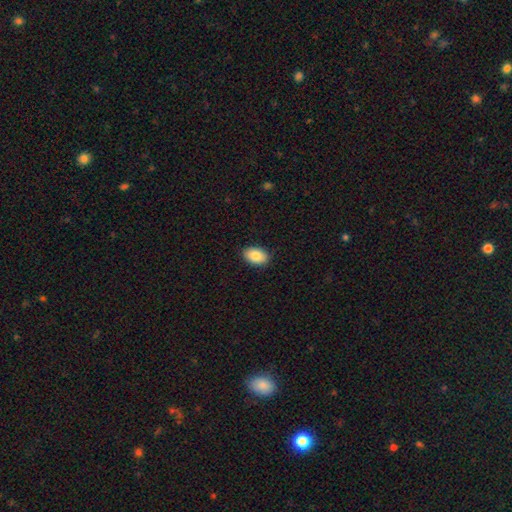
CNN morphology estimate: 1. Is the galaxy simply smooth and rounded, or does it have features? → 87% smooth, 7% star or artifact, 6% featured or disk.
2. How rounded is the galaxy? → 89% in between, 10% round, 1% cigar-shaped.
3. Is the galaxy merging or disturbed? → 88% none, 9% minor disturbance, 2% major disturbance, 1% merger.